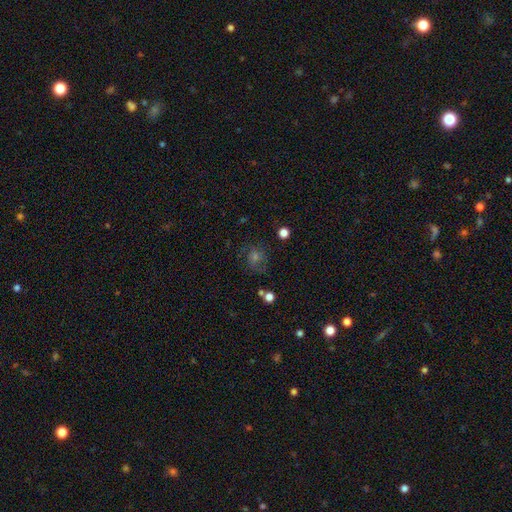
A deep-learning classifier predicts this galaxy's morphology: The model was most divided on "smooth or featured": smooth: 38%, featured or disk: 33%, star or artifact: 29%. More confident: merging — none (70%).